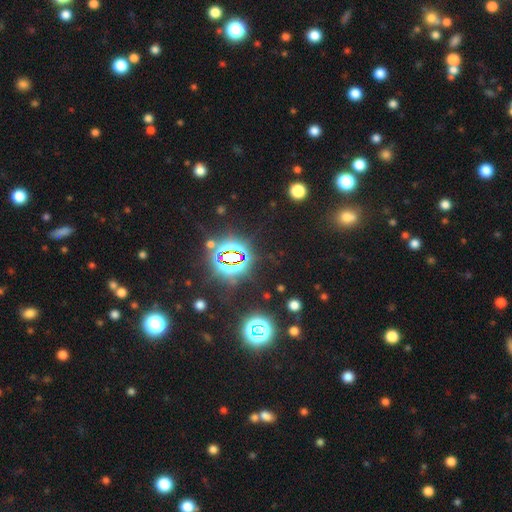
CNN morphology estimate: This appears to be a star or artifact, not a galaxy (76%).